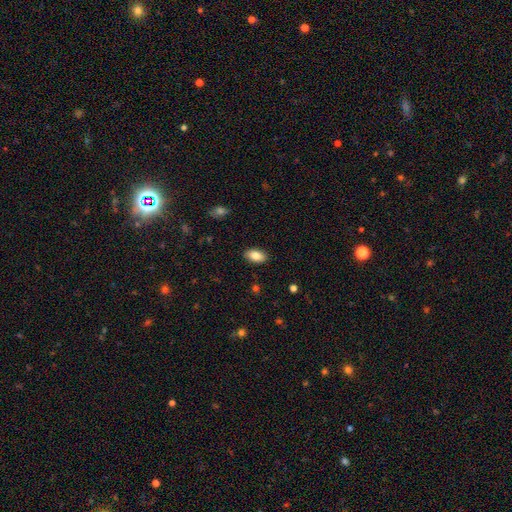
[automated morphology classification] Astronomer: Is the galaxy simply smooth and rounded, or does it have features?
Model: smooth — 84%.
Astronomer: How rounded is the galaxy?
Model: in between — 93%.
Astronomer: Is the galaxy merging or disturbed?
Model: none — 89%.